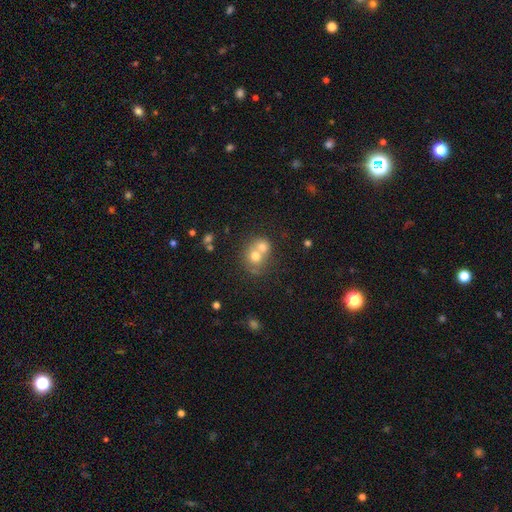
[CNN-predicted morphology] The model was most divided on "merging": merger: 65%, none: 27%, minor disturbance: 5%, major disturbance: 3%. More confident: how rounded — round (76%); smooth or featured — smooth (67%).